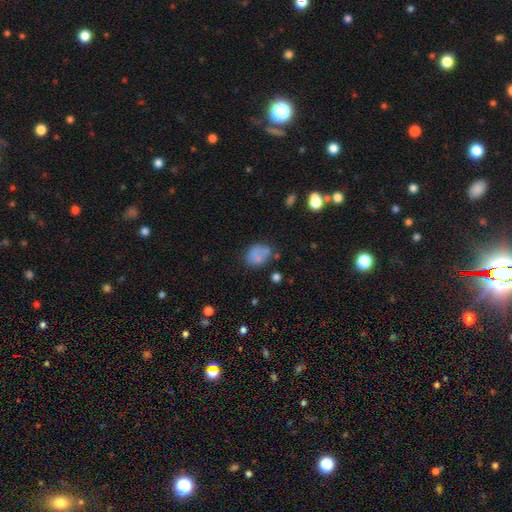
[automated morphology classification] Smooth or featured: smooth — 75% (featured or disk — 14%)
How rounded: in between — 58% (round — 41%)
Merging: none — 55% (minor disturbance — 23%)